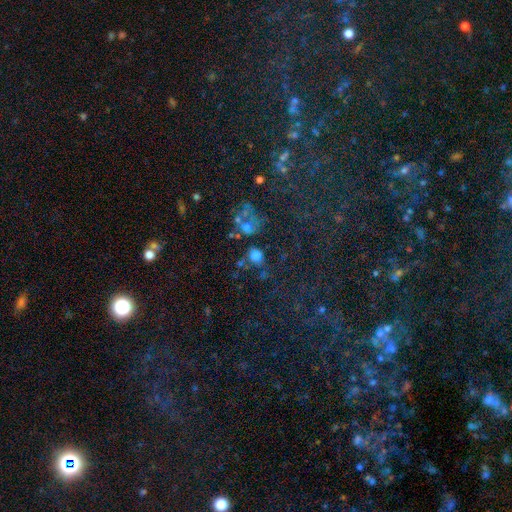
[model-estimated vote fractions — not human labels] Overall: smooth (63%). How rounded: round (78%). Merging: none (52%; merger 19%).